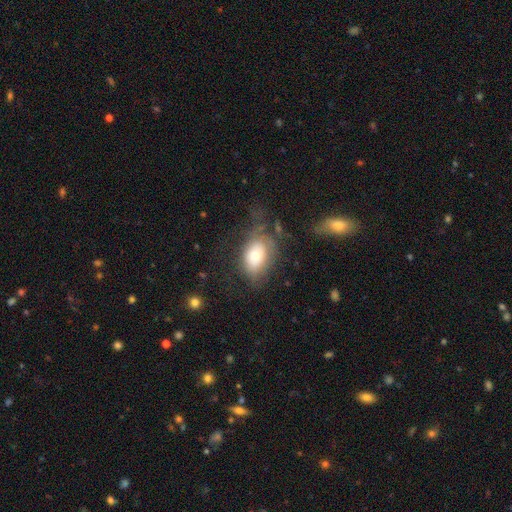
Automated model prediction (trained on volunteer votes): Smooth or featured: smooth — 62% (featured or disk — 29%)
How rounded: in between — 80% (round — 19%)
Merging: none — 47% (major disturbance — 25%)